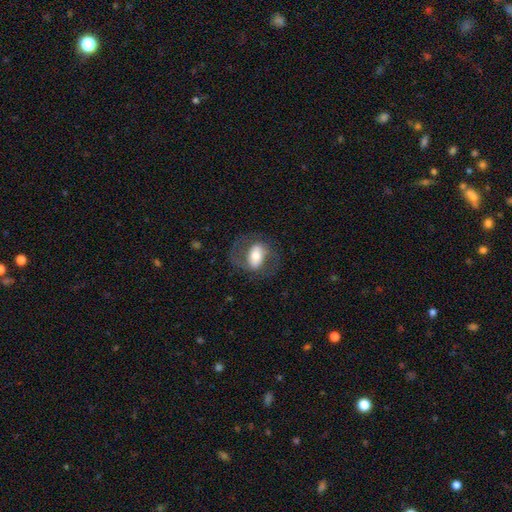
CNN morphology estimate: Overall: featured or disk (54%; smooth 38%). Edge-on disk: no (93%). Bar: strong (39%; no 31%). Spiral arms: yes (64%; no 36%). Bulge size: moderate (58%; large 22%). Merging: none (69%).